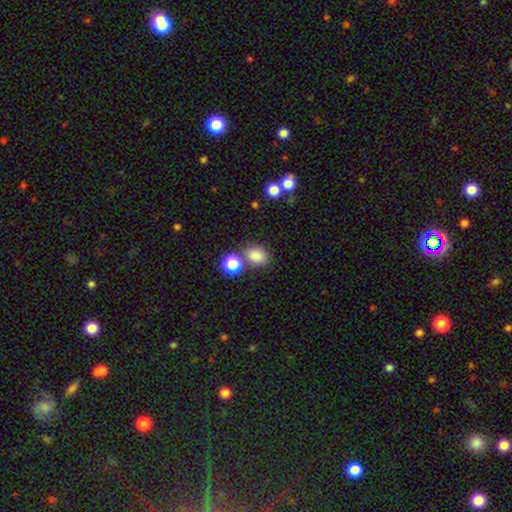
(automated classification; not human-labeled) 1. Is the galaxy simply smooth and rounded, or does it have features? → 83% smooth, 12% star or artifact, 5% featured or disk.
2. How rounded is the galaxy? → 58% in between, 41% round, 1% cigar-shaped.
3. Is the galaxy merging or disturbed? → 67% none, 18% merger, 12% minor disturbance, 4% major disturbance.